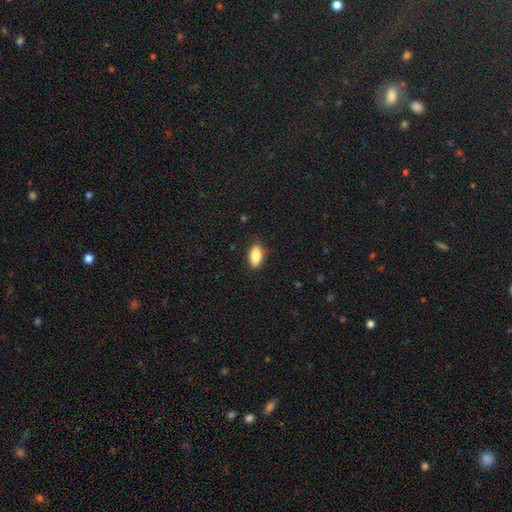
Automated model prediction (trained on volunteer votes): A smooth galaxy with no disk features (87%) that is in between round and cigar-shaped (88%). Merging: none (87%).